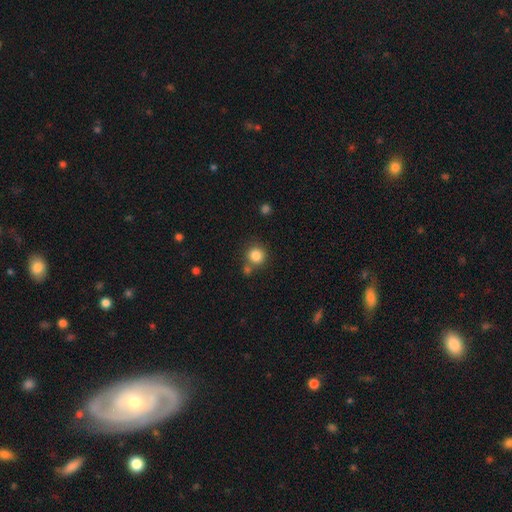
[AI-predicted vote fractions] This is clearly a smooth galaxy (84%). How rounded: clearly round (90%). Merging: likely none (69%).